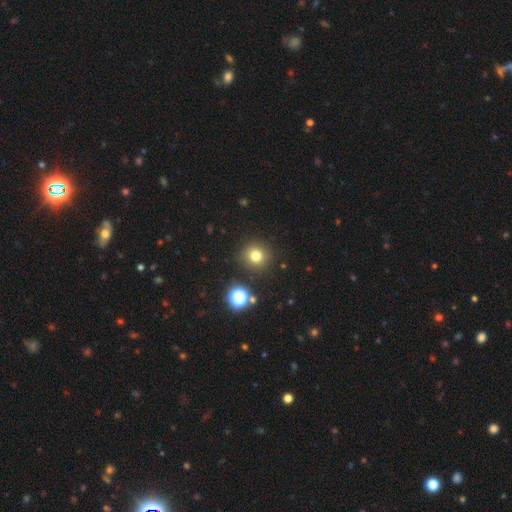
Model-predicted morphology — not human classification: type=smooth (76%); roundness=round (93%); merging=none (89%).